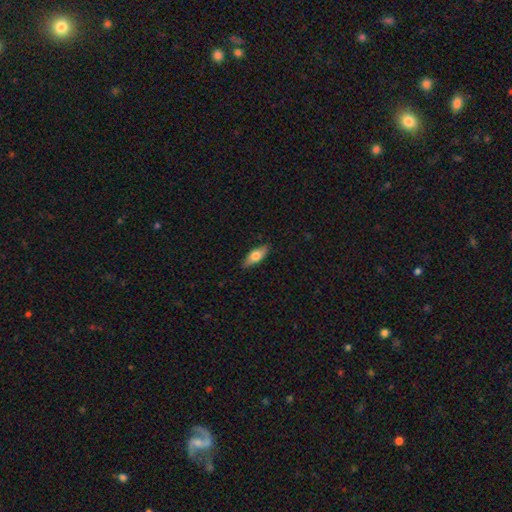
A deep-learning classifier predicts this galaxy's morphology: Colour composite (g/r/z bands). It shows a smooth galaxy with no disk features (66%) that is in between round and cigar-shaped (66%). Merging: none (86%).